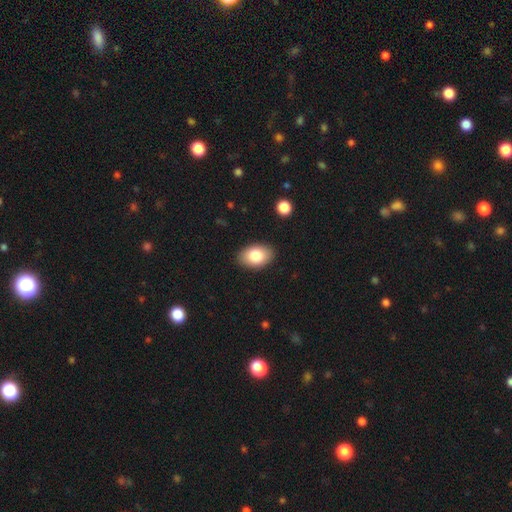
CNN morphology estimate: Smooth or featured? Predicted: smooth (p=0.82). How rounded? Predicted: in between (p=0.88). Merging? Predicted: none (p=0.89).